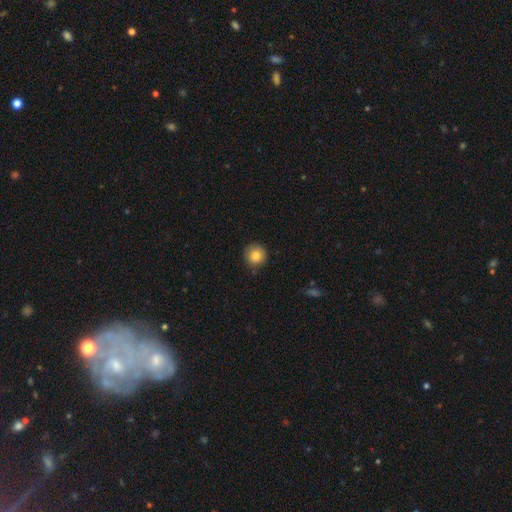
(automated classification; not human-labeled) This appears to be a smooth galaxy with no disk features (82%) that is round (94%). Merging: none (85%).